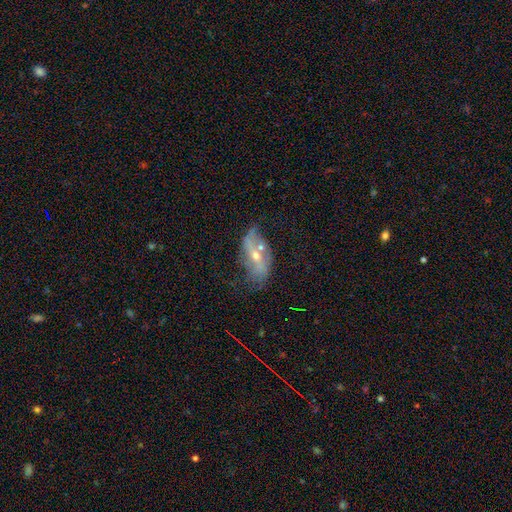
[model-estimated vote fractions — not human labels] Smooth or featured: featured or disk — 73% (smooth — 18%)
Edge-on disk: no — 88% (yes — 12%)
Bar: no — 38% (weak — 34%)
Spiral arms: yes — 74% (no — 26%)
Bulge size: small — 49% (moderate — 46%)
Merging: none — 49% (minor disturbance — 25%)